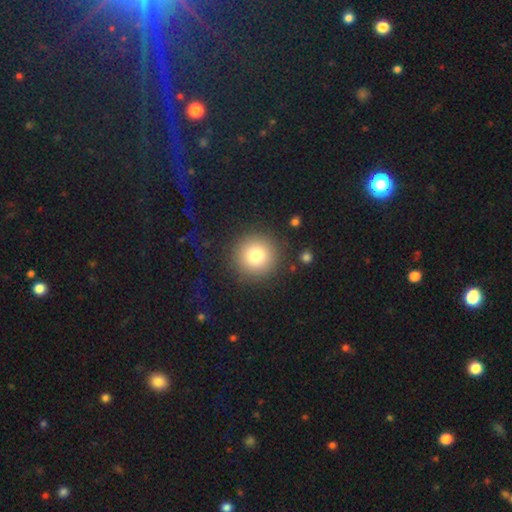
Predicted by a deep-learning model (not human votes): smooth-or-featured: smooth: 80% | star or artifact: 11% | featured or disk: 9%
  how-rounded: round: 95% | in between: 4% | cigar-shaped: 1%
  merging: none: 87% | minor disturbance: 7% | major disturbance: 3% | merger: 2%